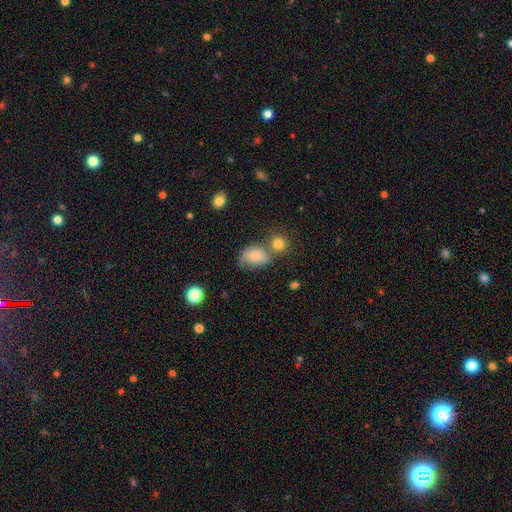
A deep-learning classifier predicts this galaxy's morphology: A smooth galaxy with no disk features (70%) that is in between round and cigar-shaped (76%).

Vote fractions:
- Smooth or featured? smooth: 70% / featured or disk: 19% / star or artifact: 11%
- How rounded? in between: 76% / round: 22% / cigar-shaped: 2%
- Merging? none: 34% / merger: 26% / minor disturbance: 24% / major disturbance: 15%